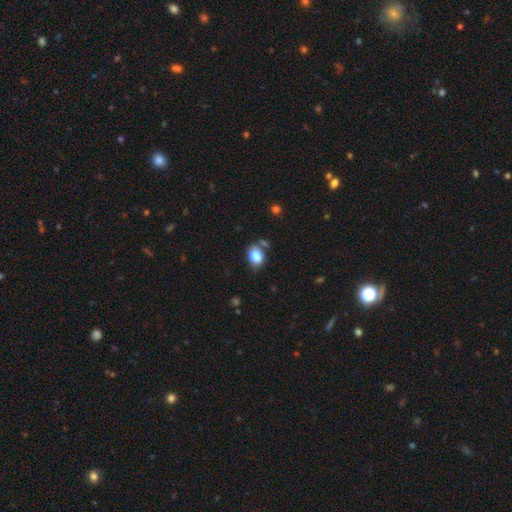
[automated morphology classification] This is clearly a smooth galaxy (82%). How rounded: likely in between (66%). Merging: likely none (67%).